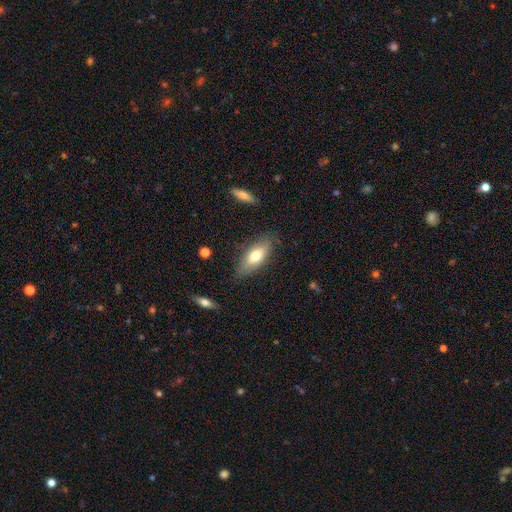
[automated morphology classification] Overall: smooth (70%). How rounded: in between (75%). Merging: none (79%).